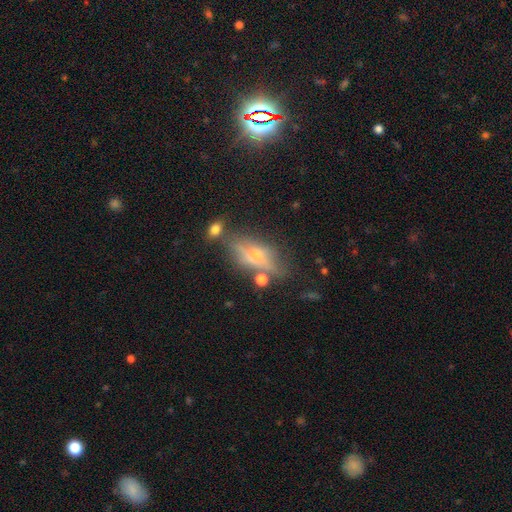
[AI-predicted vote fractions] Overall: featured or disk (55%; smooth 32%). Edge-on disk: yes (73%). Merging: none (65%).